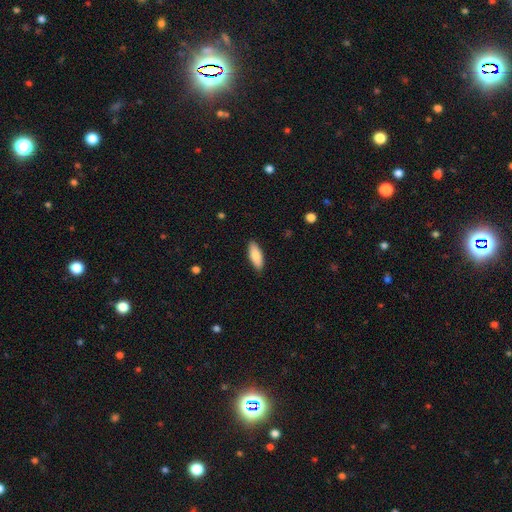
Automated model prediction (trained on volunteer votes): This appears to be a smooth galaxy with no disk features (84%) that is in between round and cigar-shaped (73%). Merging: none (88%).